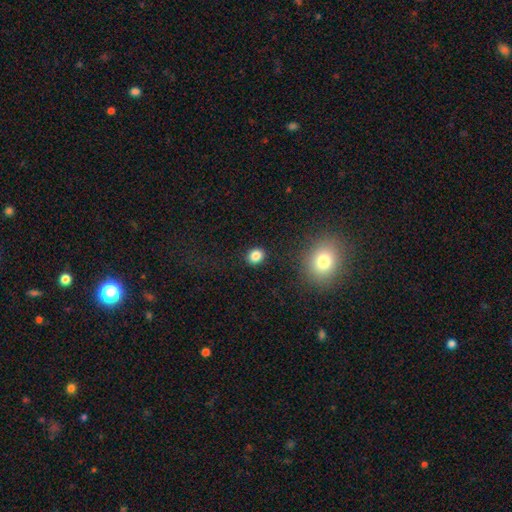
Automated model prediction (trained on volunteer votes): Morphology: type=smooth (84%); roundness=round (74%); merging=none (90%).